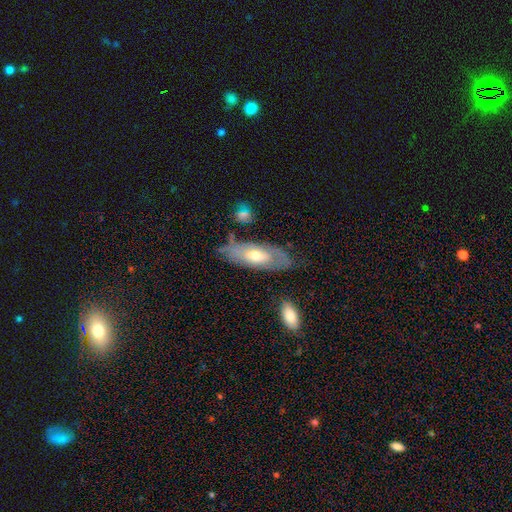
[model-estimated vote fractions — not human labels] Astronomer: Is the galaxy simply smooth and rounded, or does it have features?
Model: featured or disk — 53% (runner-up: smooth, 40%).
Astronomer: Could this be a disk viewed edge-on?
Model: no — 75%.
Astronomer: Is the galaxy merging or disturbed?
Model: none — 70%.